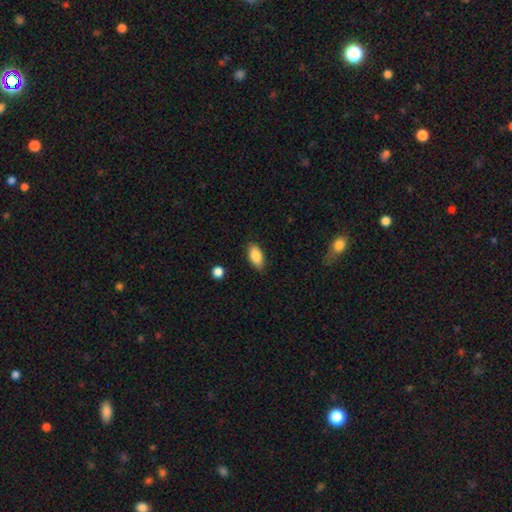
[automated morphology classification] smooth 86%, star or artifact 7%, featured or disk 7%. Down the decision tree: how rounded — in between (91%); merging — none (86%).